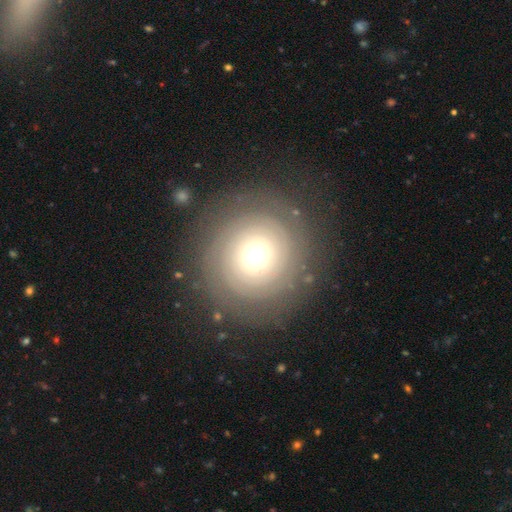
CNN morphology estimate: smooth_or_featured: featured or disk (p=0.60) [alt: smooth p=0.31]
disk_edge_on: no (p=0.97) [alt: yes p=0.03]
bar: no (p=0.87) [alt: weak p=0.09]
has_spiral_arms: yes (p=0.79) [alt: no p=0.21]
bulge_size: moderate (p=0.52) [alt: small p=0.32]
merging: none (p=0.82) [alt: minor disturbance p=0.11]